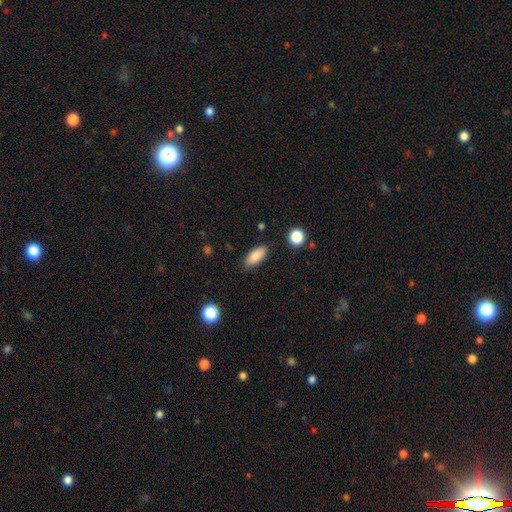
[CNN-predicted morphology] Overall: smooth (87%). How rounded: in between (85%). Merging: none (86%).